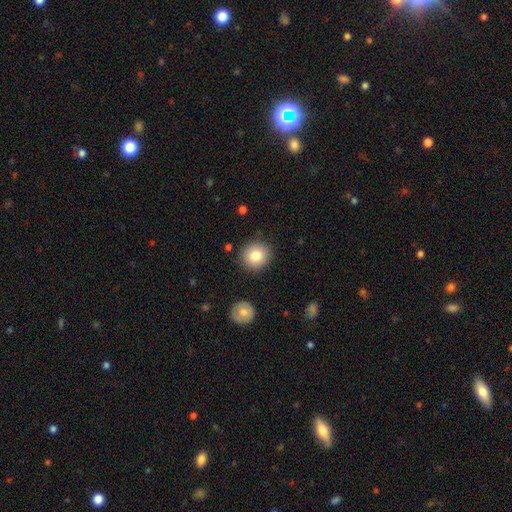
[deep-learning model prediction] Q: Smooth or featured?
A: smooth (81%); runner-up: featured or disk (9%)
Q: How rounded?
A: round (92%); runner-up: in between (7%)
Q: Merging?
A: none (88%); runner-up: minor disturbance (8%)